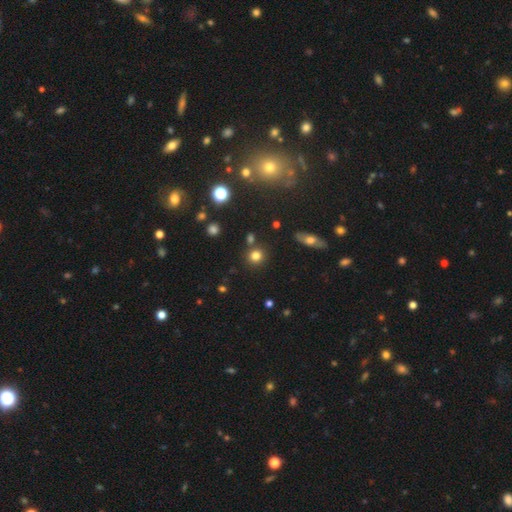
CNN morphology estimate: Q: Smooth or featured?
A: smooth (78%); runner-up: star or artifact (15%)
Q: How rounded?
A: round (89%); runner-up: in between (10%)
Q: Merging?
A: none (81%); runner-up: merger (8%)